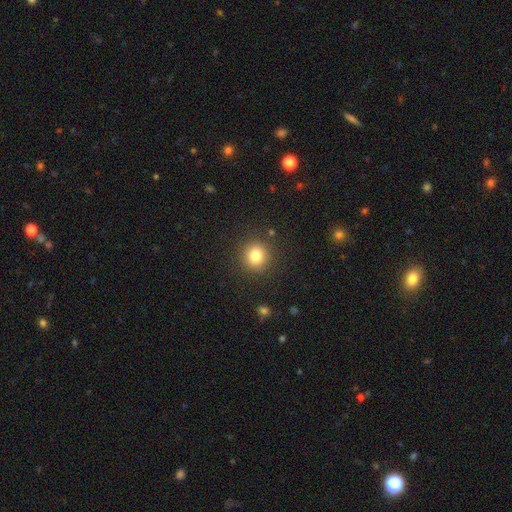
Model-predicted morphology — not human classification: smooth 82%, star or artifact 12%, featured or disk 7%. Down the decision tree: how rounded — round (89%); merging — none (89%).